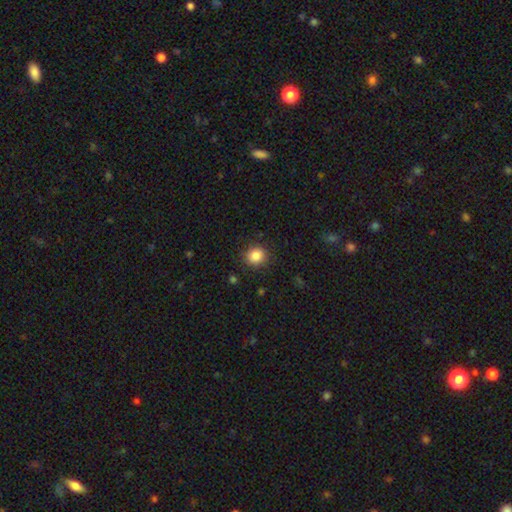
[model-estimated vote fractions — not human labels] Overall: smooth (85%). How rounded: round (84%). Merging: none (88%).